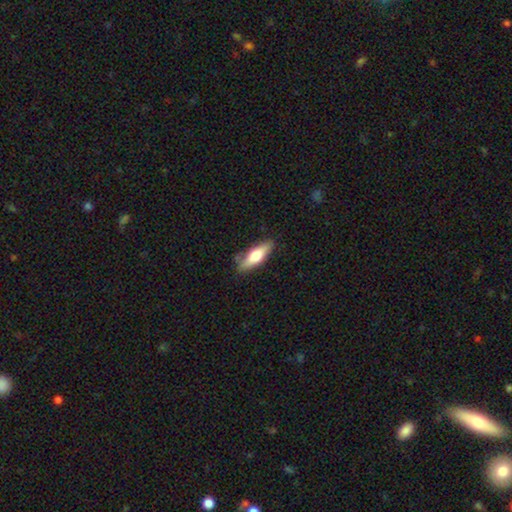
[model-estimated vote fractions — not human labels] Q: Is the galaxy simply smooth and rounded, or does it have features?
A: smooth — 55%.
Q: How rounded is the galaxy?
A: cigar-shaped — 53%.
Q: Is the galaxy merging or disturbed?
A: none — 80%.